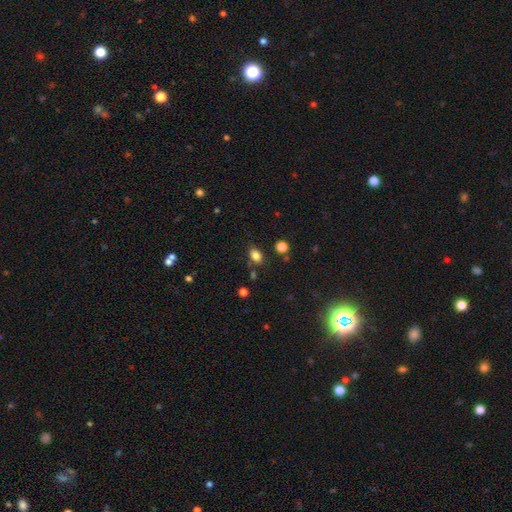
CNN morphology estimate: type=smooth (83%); roundness=in between (78%); merging=none (77%).